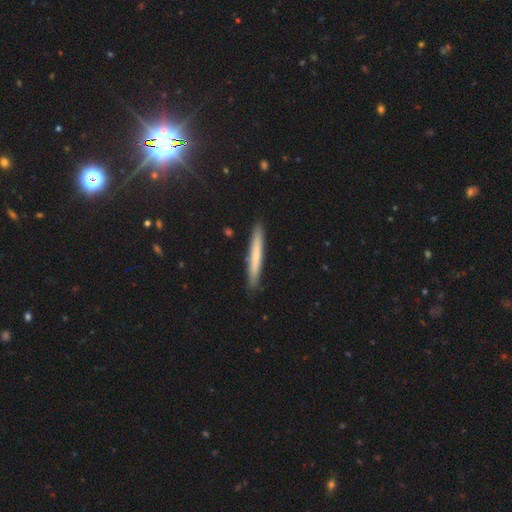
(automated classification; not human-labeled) Morphology: type=smooth (68%); roundness=cigar-shaped (96%); merging=none (90%).